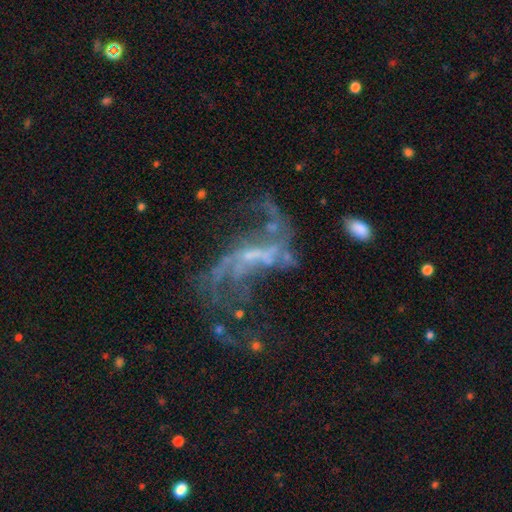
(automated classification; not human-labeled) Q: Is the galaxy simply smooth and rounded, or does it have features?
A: featured or disk — 78%.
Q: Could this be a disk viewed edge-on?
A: no — 95%.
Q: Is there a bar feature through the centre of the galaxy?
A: weak — 39%.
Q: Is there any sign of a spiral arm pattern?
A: yes — 72%.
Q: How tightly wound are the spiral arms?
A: loose — 85%.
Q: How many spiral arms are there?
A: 2 — 62%.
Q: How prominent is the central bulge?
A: small — 43%.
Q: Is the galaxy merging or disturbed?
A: major disturbance — 41%.